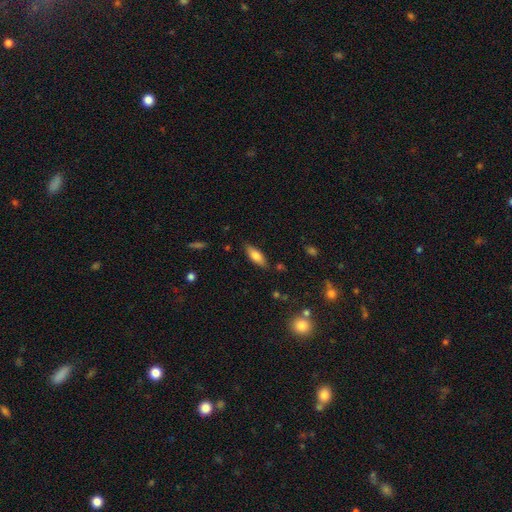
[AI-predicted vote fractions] A smooth galaxy with no disk features (70%) that is in between round and cigar-shaped (63%).

Vote fractions:
- Smooth or featured? smooth: 70% / featured or disk: 23% / star or artifact: 7%
- How rounded? in between: 63% / cigar-shaped: 35% / round: 2%
- Merging? none: 83% / minor disturbance: 12% / major disturbance: 3% / merger: 2%